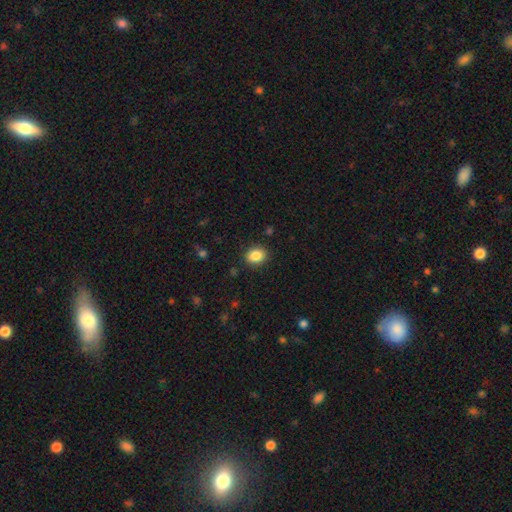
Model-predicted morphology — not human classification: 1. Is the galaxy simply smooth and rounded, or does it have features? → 86% smooth, 9% star or artifact, 5% featured or disk.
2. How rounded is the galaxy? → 50% in between (tied), 50% round (tied), 1% cigar-shaped.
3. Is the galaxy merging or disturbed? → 89% none, 8% minor disturbance, 2% major disturbance, 1% merger.